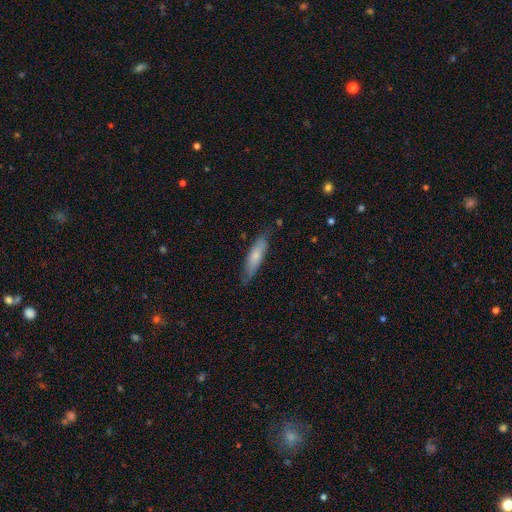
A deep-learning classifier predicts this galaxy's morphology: Smooth or featured? Predicted: smooth (p=0.68). How rounded? Predicted: cigar-shaped (p=0.69). Merging? Predicted: none (p=0.75).